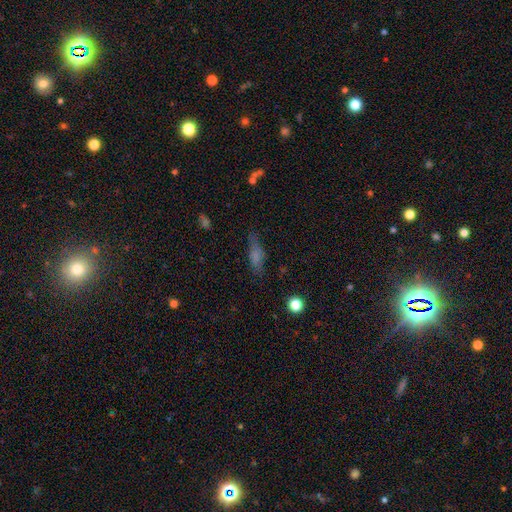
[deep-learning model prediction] smooth-or-featured: smooth: 54% | featured or disk: 27% | star or artifact: 18%
  how-rounded: cigar-shaped: 58% | in between: 37% | round: 5%
  merging: none: 70% | minor disturbance: 20% | major disturbance: 8% | merger: 2%